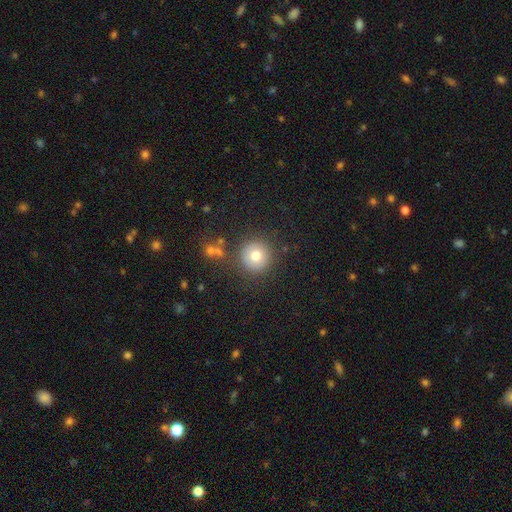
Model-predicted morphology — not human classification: Smooth or featured?
  - smooth: 75% *
  - featured or disk: 13%
  - star or artifact: 12%
How rounded?
  - round: 95% *
  - in between: 4%
  - cigar-shaped: 1%
Merging?
  - none: 86% *
  - minor disturbance: 8%
  - major disturbance: 3%
  - merger: 3%